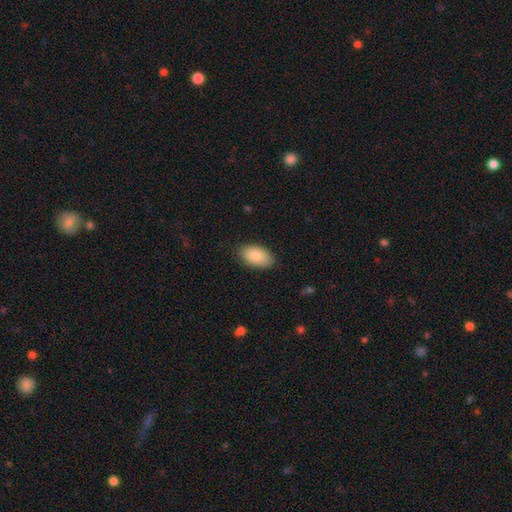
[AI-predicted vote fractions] The model was most divided on "merging": none: 85%, minor disturbance: 12%, major disturbance: 2%, merger: 1%. More confident: how rounded — in between (94%); smooth or featured — smooth (84%).